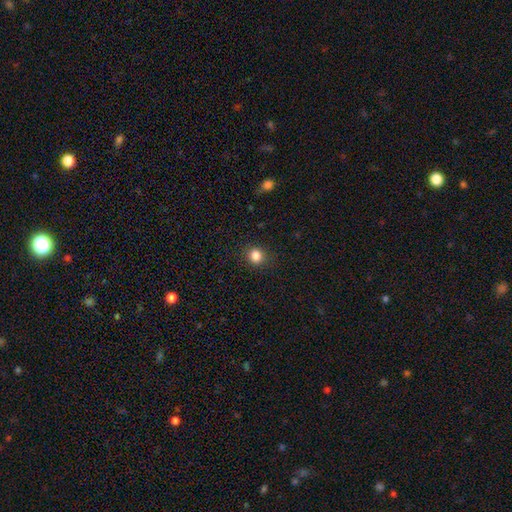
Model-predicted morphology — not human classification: smooth-or-featured: smooth: 84% | star or artifact: 11% | featured or disk: 4%
  how-rounded: round: 81% | in between: 18% | cigar-shaped: 1%
  merging: none: 89% | minor disturbance: 8% | major disturbance: 3% | merger: 1%